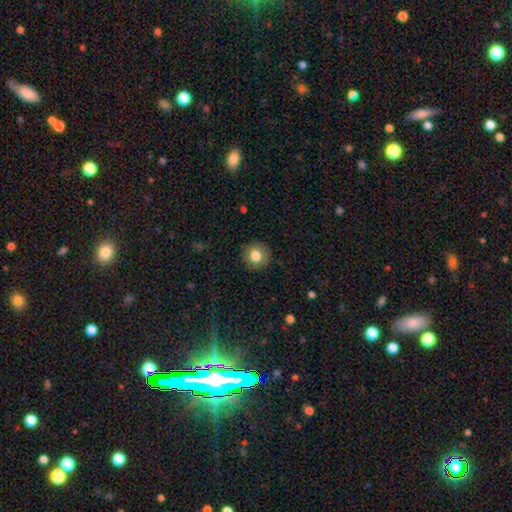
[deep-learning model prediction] Q: Smooth or featured?
A: smooth (80%); runner-up: featured or disk (11%)
Q: How rounded?
A: round (92%); runner-up: in between (7%)
Q: Merging?
A: none (89%); runner-up: minor disturbance (8%)